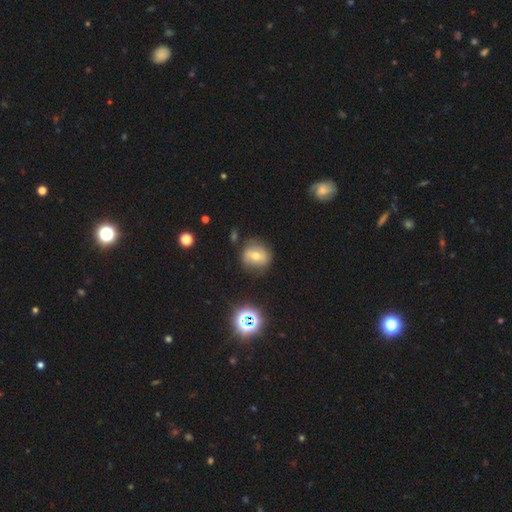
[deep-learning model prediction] Smooth or featured? smooth (48%)
Merging? none (75%)